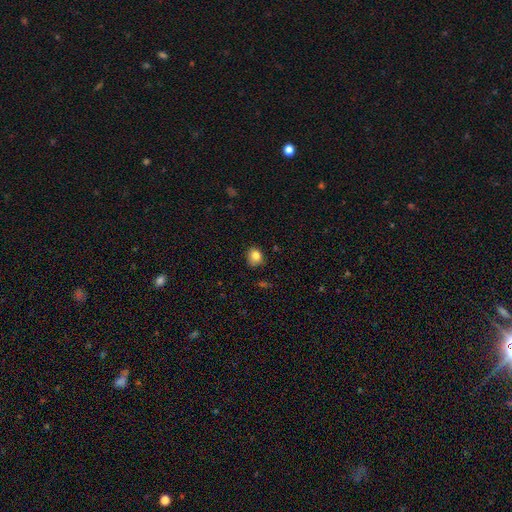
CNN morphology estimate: A smooth galaxy with no disk features (83%) that is round (67%).

Vote fractions:
- Smooth or featured? smooth: 83% / star or artifact: 10% / featured or disk: 6%
- How rounded? round: 67% / in between: 32% / cigar-shaped: 1%
- Merging? none: 79% / minor disturbance: 16% / major disturbance: 3% / merger: 1%